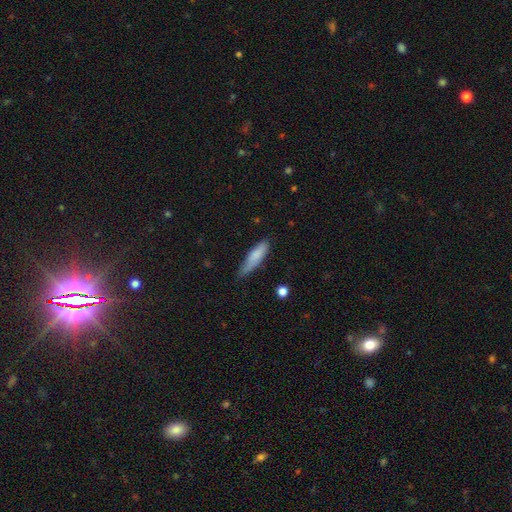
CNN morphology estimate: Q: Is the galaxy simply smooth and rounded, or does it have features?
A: smooth — 79%.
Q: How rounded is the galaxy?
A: cigar-shaped — 65%.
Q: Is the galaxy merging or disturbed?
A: none — 60%.